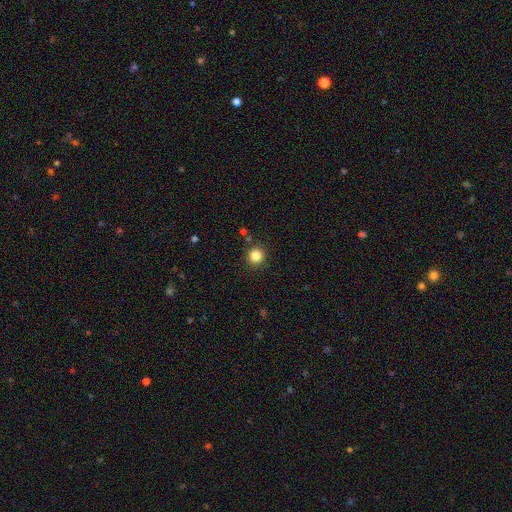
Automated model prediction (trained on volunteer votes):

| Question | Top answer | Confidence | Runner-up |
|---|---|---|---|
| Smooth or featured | smooth | 84% | star or artifact (12%) |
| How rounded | round | 92% | in between (7%) |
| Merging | none | 87% | minor disturbance (8%) |